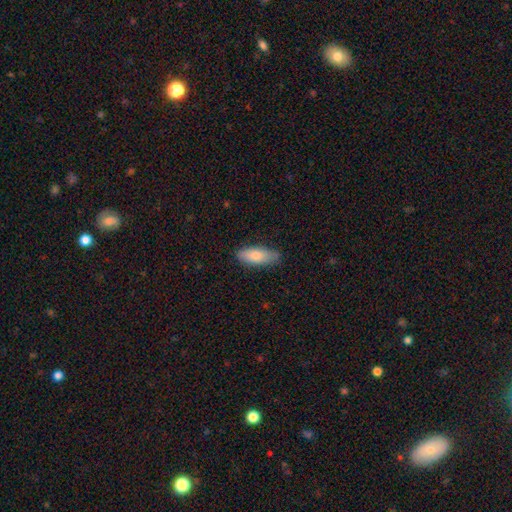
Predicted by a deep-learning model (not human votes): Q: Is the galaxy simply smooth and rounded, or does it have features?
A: smooth — 82%.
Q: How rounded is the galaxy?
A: in between — 76%.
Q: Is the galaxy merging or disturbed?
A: none — 79%.